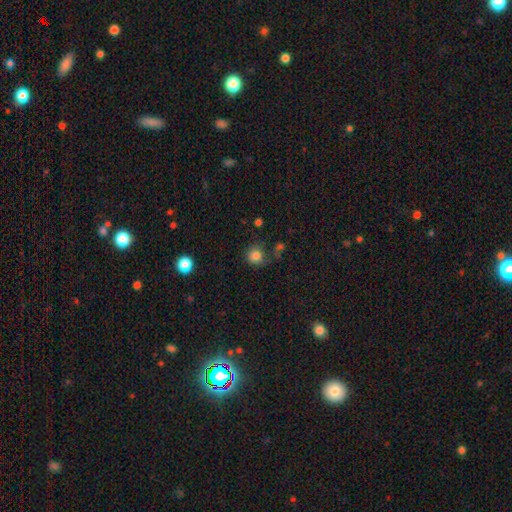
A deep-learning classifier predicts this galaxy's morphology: Overall: smooth (82%). How rounded: round (85%). Merging: none (66%).